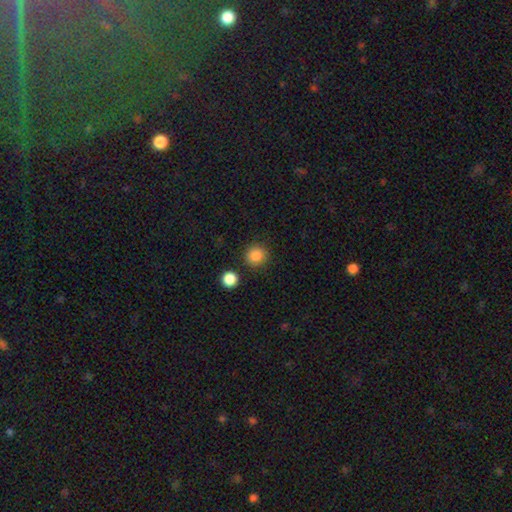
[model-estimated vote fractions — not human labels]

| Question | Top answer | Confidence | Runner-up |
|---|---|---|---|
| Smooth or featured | smooth | 86% | star or artifact (10%) |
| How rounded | round | 93% | in between (6%) |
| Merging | none | 88% | minor disturbance (7%) |